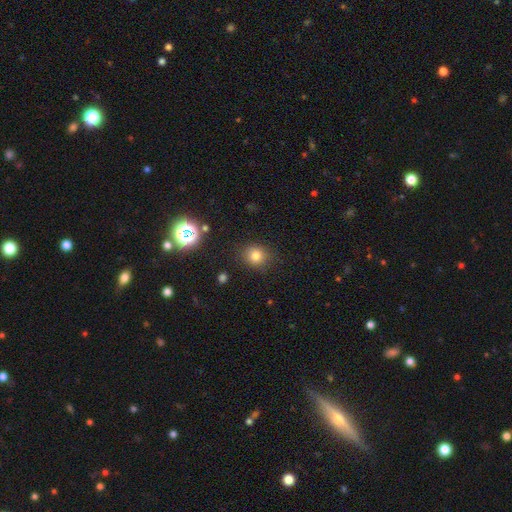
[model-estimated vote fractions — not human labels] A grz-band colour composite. It shows a smooth galaxy with no disk features (77%) that is round (81%). Merging: none (85%).